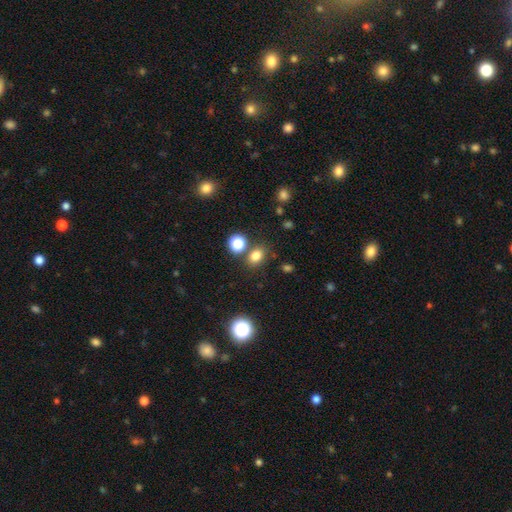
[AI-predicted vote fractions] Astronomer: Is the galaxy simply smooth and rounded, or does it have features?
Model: smooth — 78%.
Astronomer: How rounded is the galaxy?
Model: in between — 58% (runner-up: round, 41%).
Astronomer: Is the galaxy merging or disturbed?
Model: none — 74%.